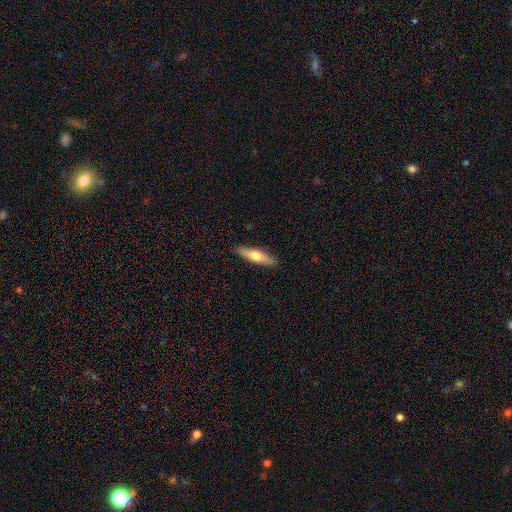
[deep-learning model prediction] smooth 56%, featured or disk 39%, star or artifact 5%. Down the decision tree: how rounded — cigar-shaped (73%); merging — none (90%).